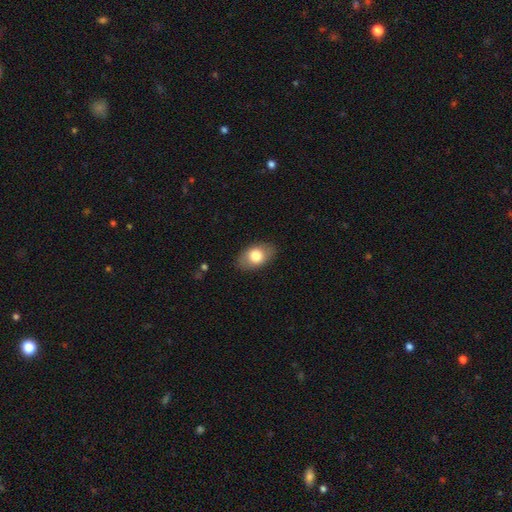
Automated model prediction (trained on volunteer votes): smooth-or-featured: smooth: 75% | featured or disk: 18% | star or artifact: 7%
  how-rounded: in between: 87% | round: 12% | cigar-shaped: 1%
  merging: none: 84% | minor disturbance: 12% | major disturbance: 3% | merger: 1%